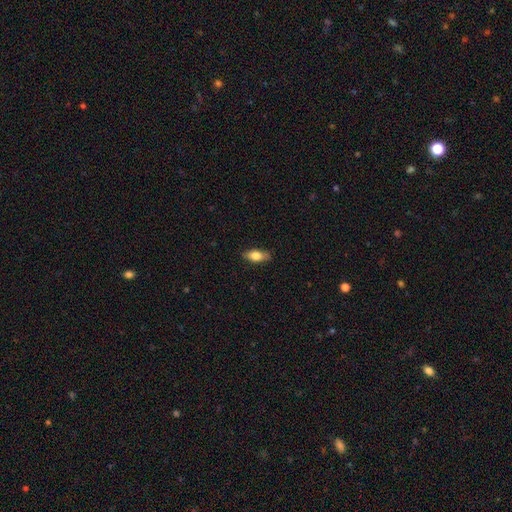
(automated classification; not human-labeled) Overall: smooth (74%). How rounded: in between (82%). Merging: none (84%).